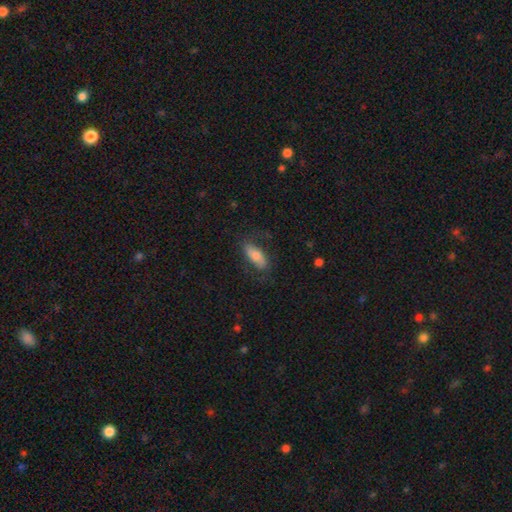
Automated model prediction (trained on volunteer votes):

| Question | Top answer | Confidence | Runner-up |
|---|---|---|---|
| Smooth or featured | smooth | 62% | featured or disk (30%) |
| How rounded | in between | 76% | cigar-shaped (21%) |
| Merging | none | 72% | minor disturbance (18%) |